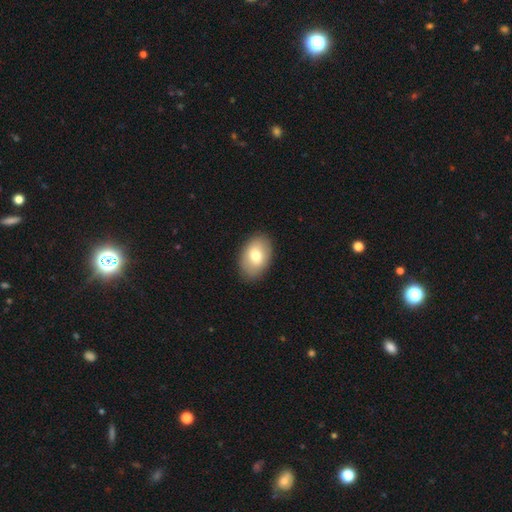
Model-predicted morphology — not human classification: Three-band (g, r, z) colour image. It shows a smooth galaxy with no disk features (74%) that is in between round and cigar-shaped (88%). Merging: none (88%).